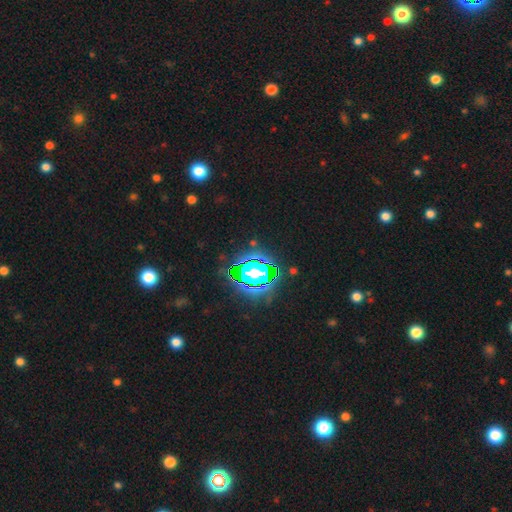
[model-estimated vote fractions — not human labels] A star or artifact, not a galaxy (83%).

Vote fractions:
- Smooth or featured? star or artifact: 83% / smooth: 10% / featured or disk: 7%